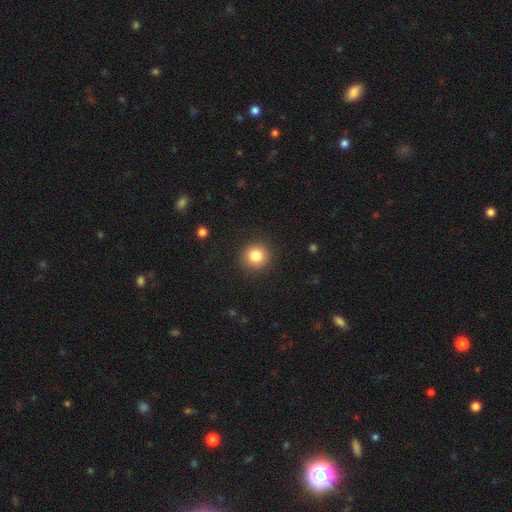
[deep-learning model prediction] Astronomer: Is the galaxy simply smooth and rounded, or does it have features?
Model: smooth — 82%.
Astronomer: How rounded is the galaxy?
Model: round — 92%.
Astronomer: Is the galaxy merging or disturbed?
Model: none — 91%.